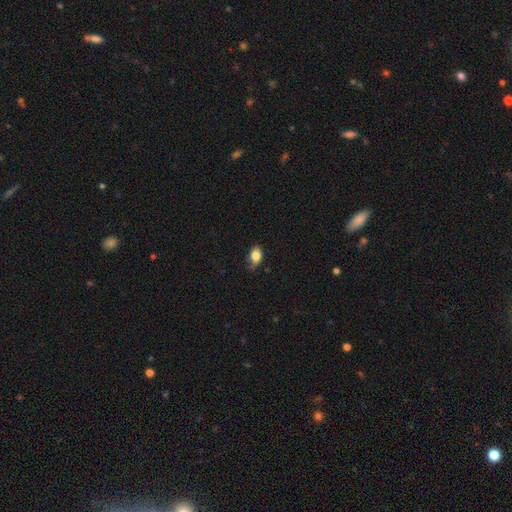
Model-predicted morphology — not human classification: smooth 81%, featured or disk 11%, star or artifact 8%. Down the decision tree: how rounded — in between (85%); merging — none (63%).